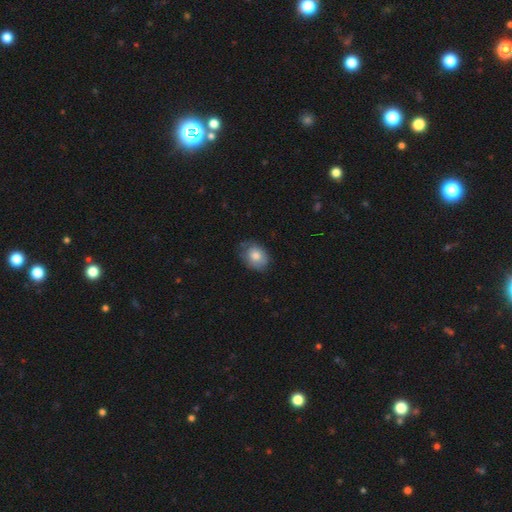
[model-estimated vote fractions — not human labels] smooth-or-featured: smooth: 74% | featured or disk: 19% | star or artifact: 7%
  how-rounded: in between: 64% | round: 36% | cigar-shaped: 1%
  merging: none: 63% | minor disturbance: 29% | major disturbance: 7% | merger: 1%